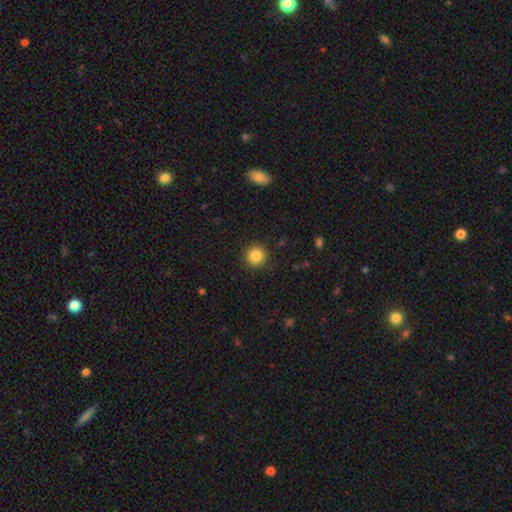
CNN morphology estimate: A smooth galaxy with no disk features (84%) that is round (95%).

Vote fractions:
- Smooth or featured? smooth: 84% / star or artifact: 10% / featured or disk: 5%
- How rounded? round: 95% / in between: 4% / cigar-shaped: 1%
- Merging? none: 92% / minor disturbance: 5% / major disturbance: 2% / merger: 1%